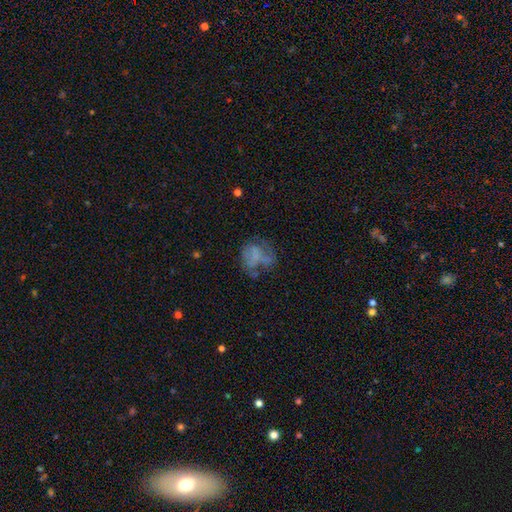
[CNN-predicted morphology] The model was most divided on "merging": none: 36%, major disturbance: 35%, minor disturbance: 23%, merger: 6%. Remaining: smooth or featured — smooth (44%).